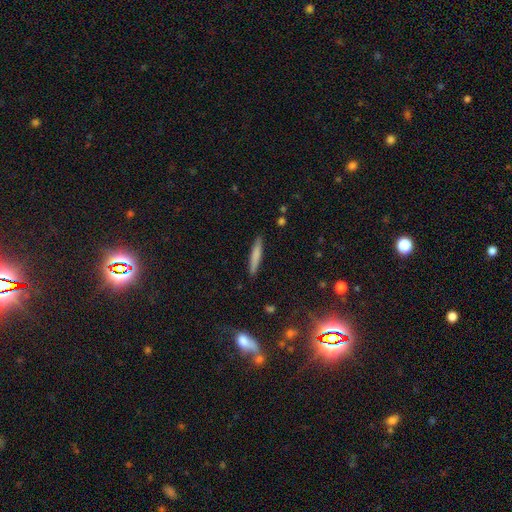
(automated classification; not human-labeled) Smooth or featured: smooth — 72% (featured or disk — 22%)
How rounded: cigar-shaped — 93% (in between — 5%)
Merging: none — 90% (minor disturbance — 8%)